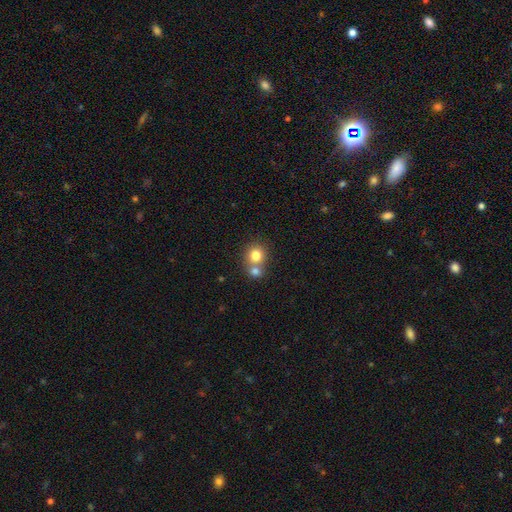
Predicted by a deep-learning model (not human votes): This is likely a smooth galaxy (80%). How rounded: clearly round (82%). Merging: possibly merger (49%).